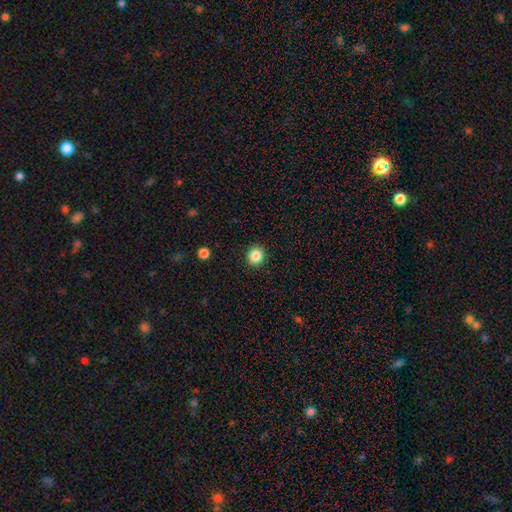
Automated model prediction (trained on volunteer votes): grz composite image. It shows a smooth galaxy with no disk features (85%) that is round (88%). Merging: none (91%).